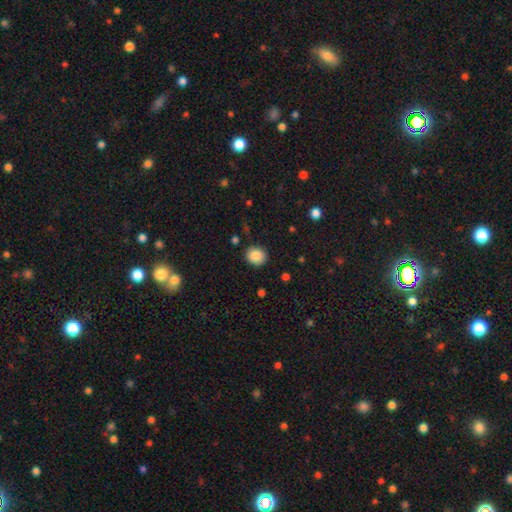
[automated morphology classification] smooth-or-featured: smooth: 87% | star or artifact: 9% | featured or disk: 4%
  how-rounded: round: 78% | in between: 21% | cigar-shaped: 1%
  merging: none: 88% | minor disturbance: 8% | major disturbance: 2% | merger: 1%